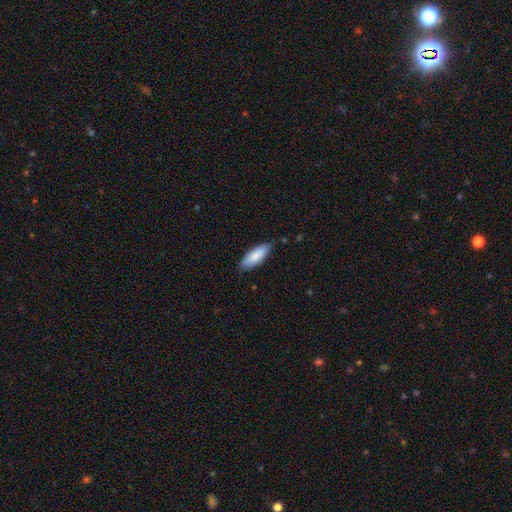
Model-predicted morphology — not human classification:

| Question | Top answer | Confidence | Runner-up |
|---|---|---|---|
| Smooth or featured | smooth | 84% | featured or disk (11%) |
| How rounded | in between | 66% | cigar-shaped (33%) |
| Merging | none | 82% | minor disturbance (15%) |